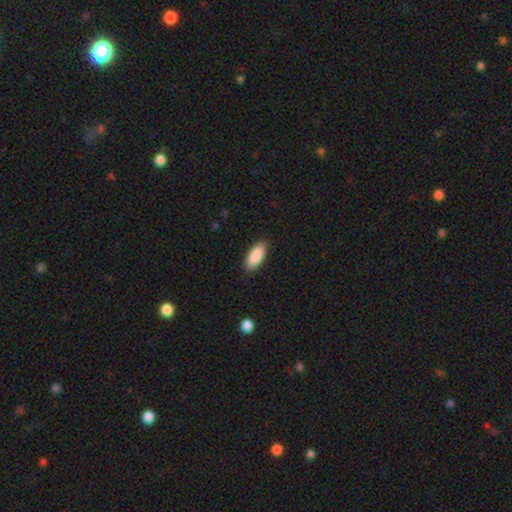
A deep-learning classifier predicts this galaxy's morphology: smooth_or_featured: smooth (p=0.89) [alt: star or artifact p=0.06]
how_rounded: in between (p=0.83) [alt: cigar-shaped p=0.15]
merging: none (p=0.88) [alt: minor disturbance p=0.09]